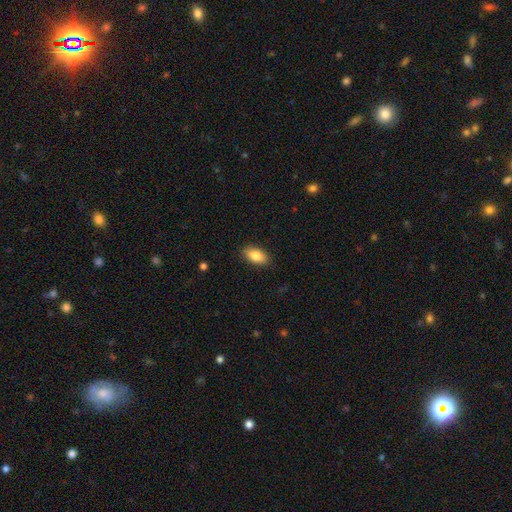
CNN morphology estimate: A smooth galaxy with no disk features (84%) that is in between round and cigar-shaped (91%).

Vote fractions:
- Smooth or featured? smooth: 84% / featured or disk: 9% / star or artifact: 7%
- How rounded? in between: 91% / cigar-shaped: 4% / round: 4%
- Merging? none: 88% / minor disturbance: 9% / major disturbance: 2% / merger: 1%